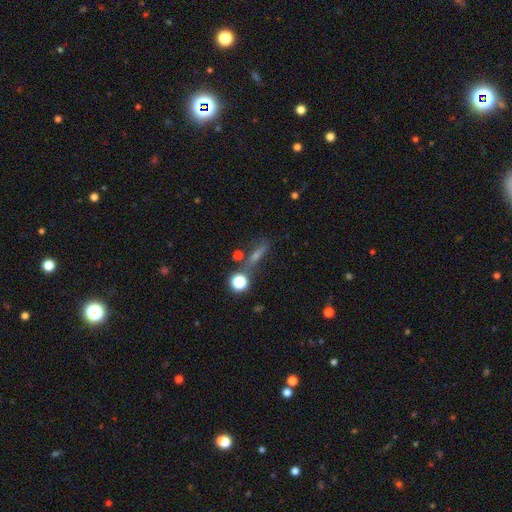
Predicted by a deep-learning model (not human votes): Q: Smooth or featured?
A: smooth (40%); runner-up: featured or disk (31%)
Q: Merging?
A: none (60%); runner-up: minor disturbance (15%)